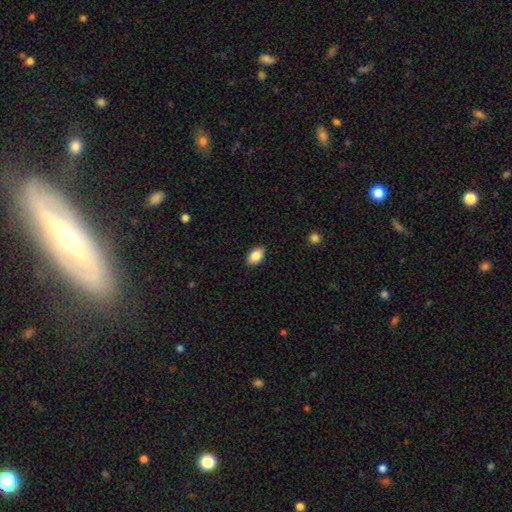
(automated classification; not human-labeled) Overall: smooth (87%). How rounded: in between (90%). Merging: none (89%).